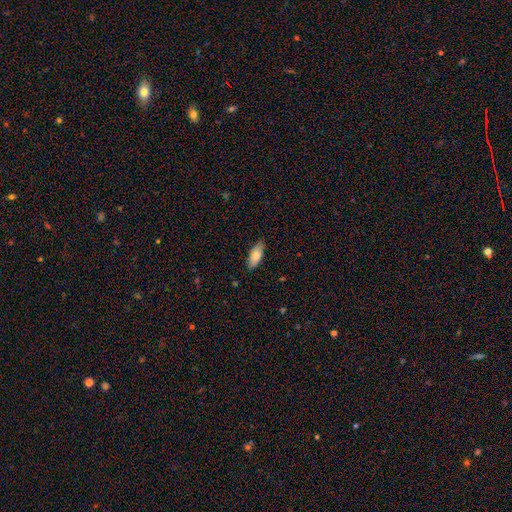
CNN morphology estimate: The model was most divided on "how rounded": in between: 79%, cigar-shaped: 19%, round: 2%. More confident: merging — none (86%); smooth or featured — smooth (78%).